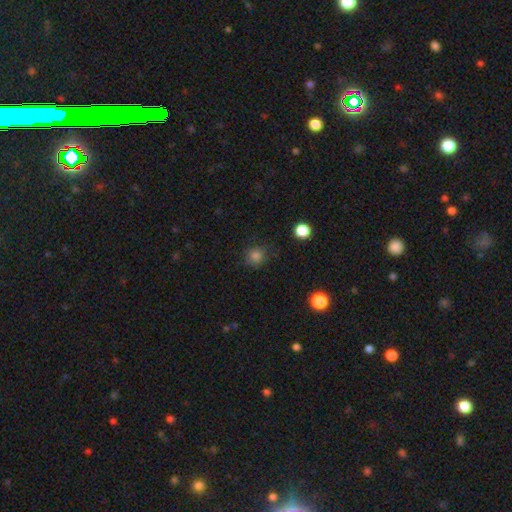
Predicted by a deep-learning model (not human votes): Smooth or featured? smooth (82%)
How rounded? round (87%)
Merging? none (81%)